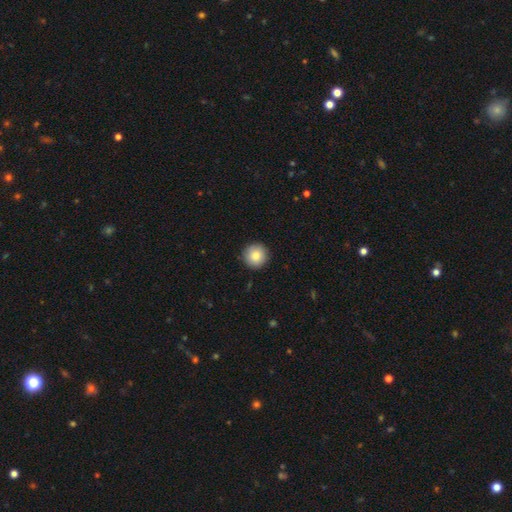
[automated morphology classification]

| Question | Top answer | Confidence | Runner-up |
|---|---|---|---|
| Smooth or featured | smooth | 85% | star or artifact (8%) |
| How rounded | round | 96% | in between (3%) |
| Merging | none | 92% | minor disturbance (6%) |